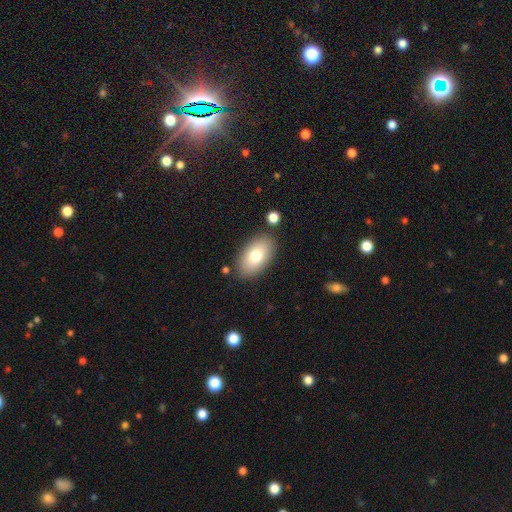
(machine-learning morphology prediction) Q: Smooth or featured?
A: smooth (76%); runner-up: featured or disk (16%)
Q: How rounded?
A: in between (93%); runner-up: round (5%)
Q: Merging?
A: none (85%); runner-up: minor disturbance (10%)